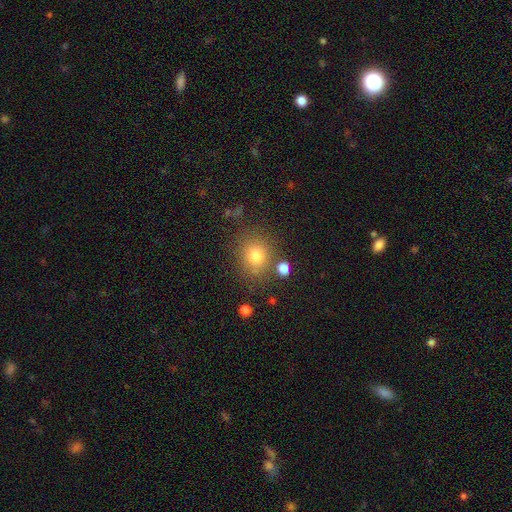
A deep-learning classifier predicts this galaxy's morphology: A smooth galaxy with no disk features (78%) that is round (77%).

Vote fractions:
- Smooth or featured? smooth: 78% / star or artifact: 13% / featured or disk: 9%
- How rounded? round: 77% / in between: 22% / cigar-shaped: 1%
- Merging? none: 77% / minor disturbance: 12% / merger: 7% / major disturbance: 5%